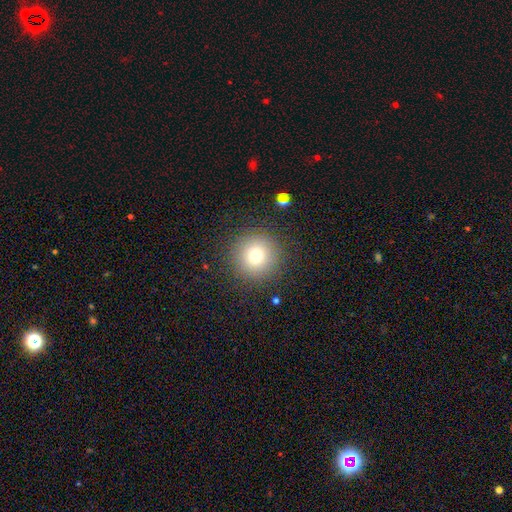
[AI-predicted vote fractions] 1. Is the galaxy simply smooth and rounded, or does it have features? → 74% smooth, 15% star or artifact, 11% featured or disk.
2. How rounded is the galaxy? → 96% round, 3% in between, 1% cigar-shaped.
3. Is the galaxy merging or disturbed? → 89% none, 7% minor disturbance, 3% major disturbance, 1% merger.